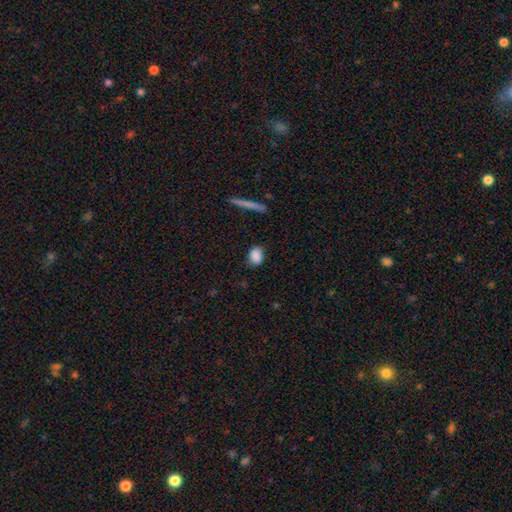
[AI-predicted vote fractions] Smooth or featured?
  - smooth: 88% *
  - star or artifact: 8%
  - featured or disk: 5%
How rounded?
  - in between: 62% *
  - round: 35%
  - cigar-shaped: 3%
Merging?
  - none: 82% *
  - minor disturbance: 13%
  - major disturbance: 3%
  - merger: 2%